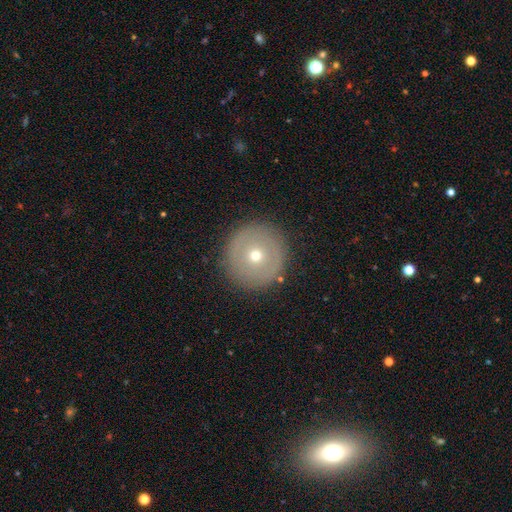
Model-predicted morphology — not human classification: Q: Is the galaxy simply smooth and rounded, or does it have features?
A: smooth — 53%.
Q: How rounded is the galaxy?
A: round — 95%.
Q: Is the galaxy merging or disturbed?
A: none — 89%.